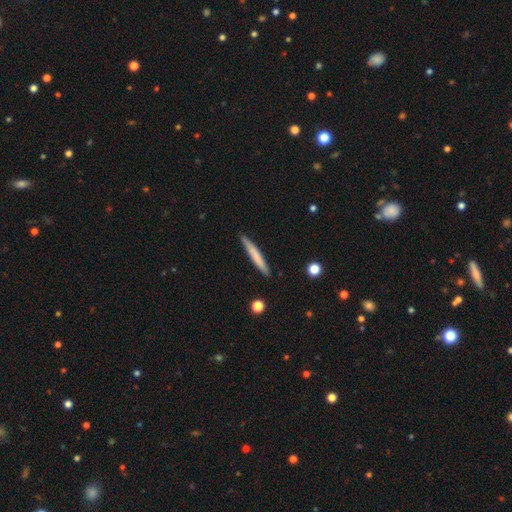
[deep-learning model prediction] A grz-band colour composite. It shows a smooth galaxy with no disk features (69%) that is cigar-shaped (96%). Merging: none (90%).